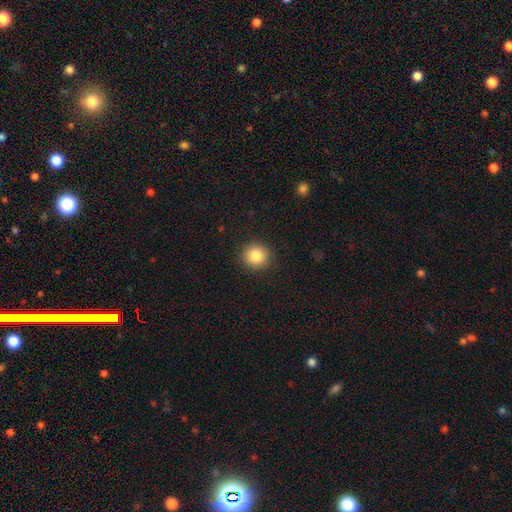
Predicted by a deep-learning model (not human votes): This appears to be a smooth galaxy with no disk features (85%) that is round (92%). Merging: none (91%).